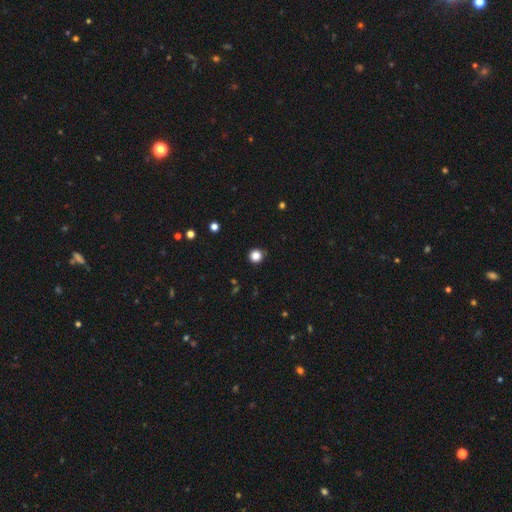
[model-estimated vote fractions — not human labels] smooth-or-featured: smooth: 84% | star or artifact: 12% | featured or disk: 3%
  how-rounded: round: 95% | in between: 4% | cigar-shaped: 1%
  merging: none: 92% | minor disturbance: 5% | major disturbance: 2% | merger: 1%